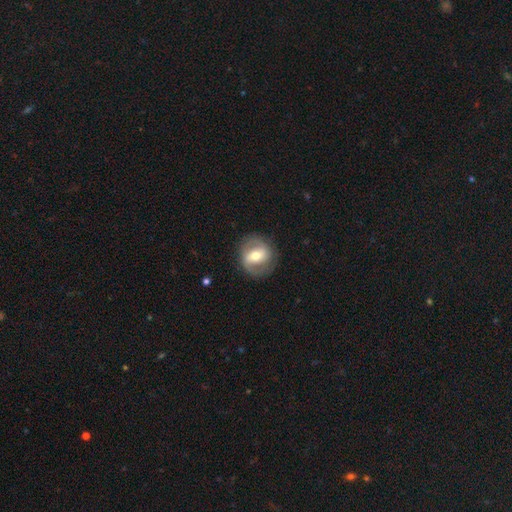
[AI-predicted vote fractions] This is likely a featured or disk galaxy (63%). It is clearly not viewed edge-on (96%). Bar: marginally weak (39%). Spiral arm pattern: likely yes (68%). Central bulge: likely moderate (69%). Merging: clearly none (81%).